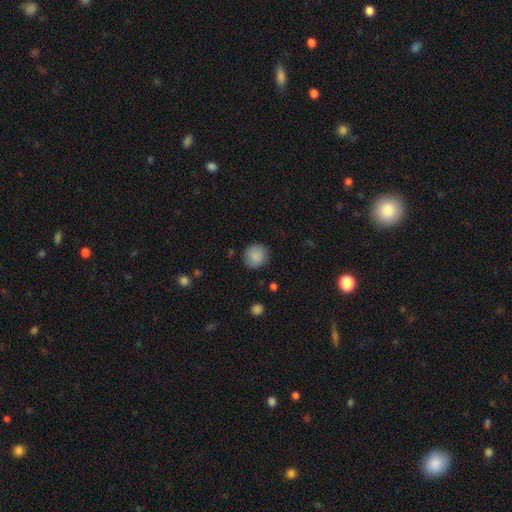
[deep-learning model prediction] This appears to be a smooth galaxy with no disk features (88%) that is round (91%). Merging: none (87%).